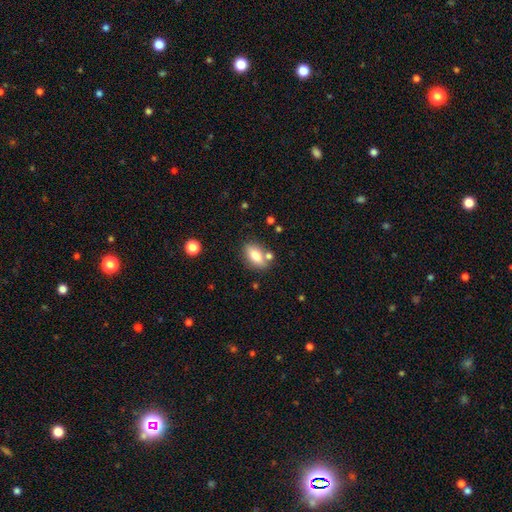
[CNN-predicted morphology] Smooth or featured? Predicted: smooth (p=0.75). How rounded? Predicted: in between (p=0.82). Merging? Predicted: none (p=0.72).